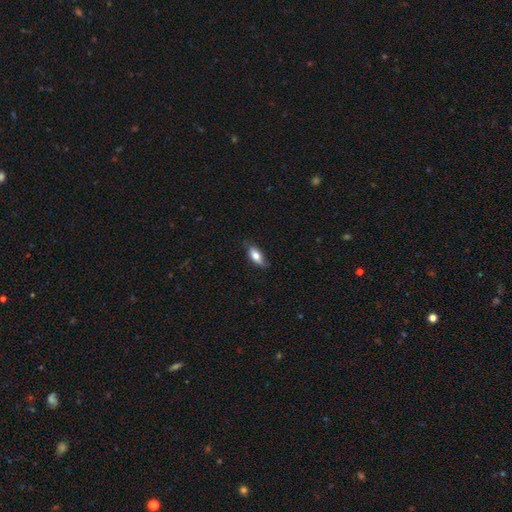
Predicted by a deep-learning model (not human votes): Smooth or featured? Predicted: smooth (p=0.71). How rounded? Predicted: in between (p=0.79). Merging? Predicted: none (p=0.72).